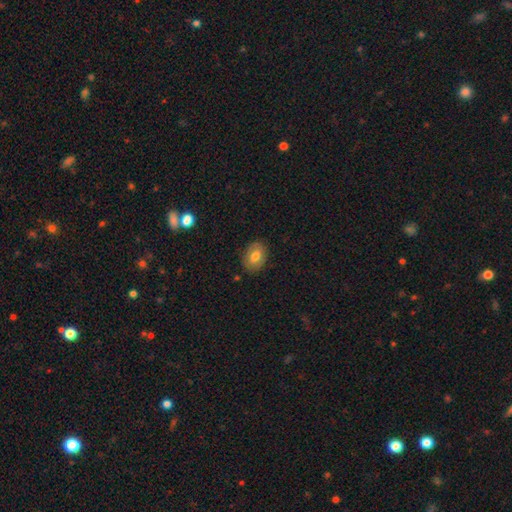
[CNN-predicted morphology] smooth 70%, featured or disk 22%, star or artifact 8%. Down the decision tree: how rounded — in between (72%); merging — none (84%).